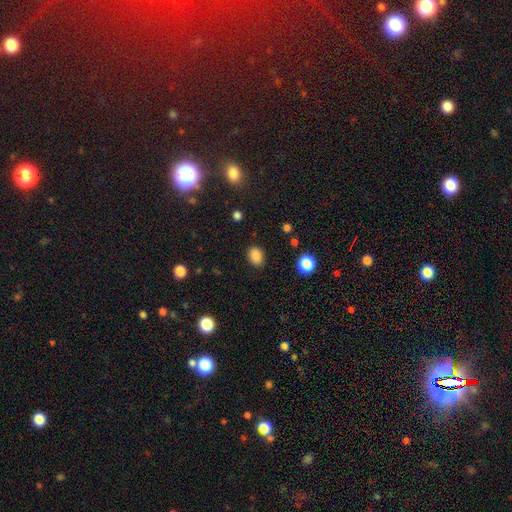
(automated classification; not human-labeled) Smooth or featured? Predicted: smooth (p=0.86). How rounded? Predicted: in between (p=0.62). Merging? Predicted: none (p=0.87).